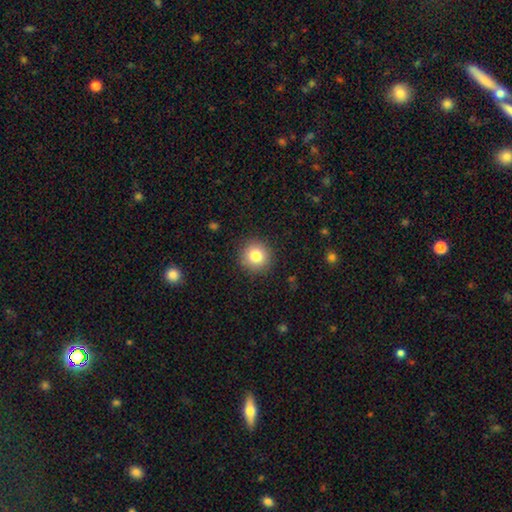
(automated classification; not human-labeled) Smooth or featured: smooth — 81% (star or artifact — 10%)
How rounded: round — 93% (in between — 6%)
Merging: none — 90% (minor disturbance — 7%)